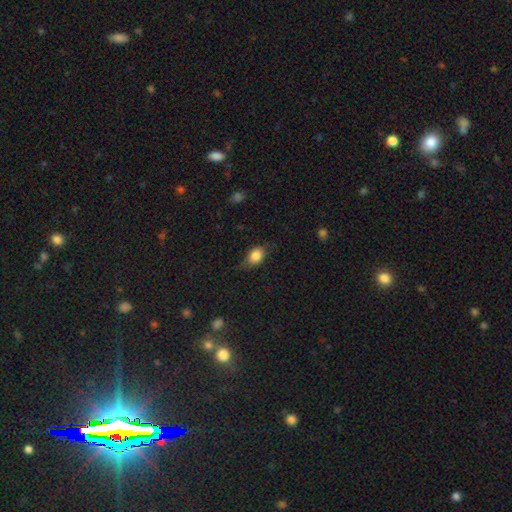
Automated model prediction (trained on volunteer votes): Smooth or featured? smooth (81%)
How rounded? in between (71%)
Merging? none (65%)